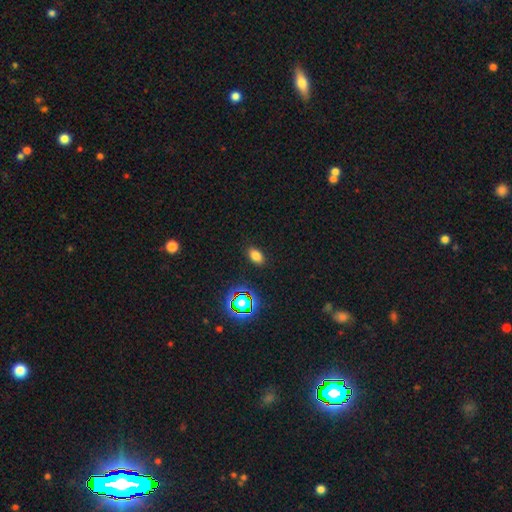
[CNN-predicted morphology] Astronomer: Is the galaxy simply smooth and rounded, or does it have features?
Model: smooth — 76%.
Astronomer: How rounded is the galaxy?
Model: in between — 87%.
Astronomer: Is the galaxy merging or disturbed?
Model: none — 88%.